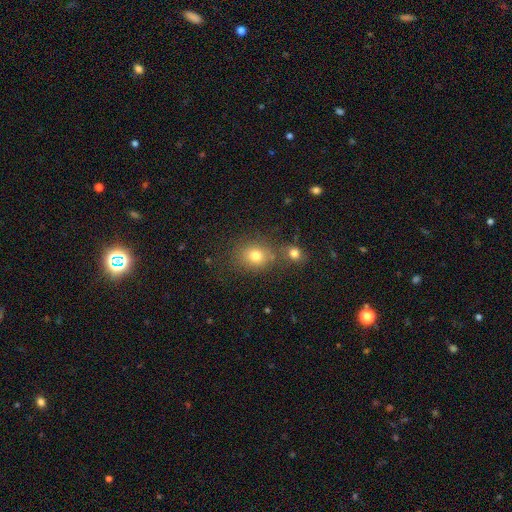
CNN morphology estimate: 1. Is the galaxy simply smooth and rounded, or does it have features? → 76% smooth, 14% star or artifact, 10% featured or disk.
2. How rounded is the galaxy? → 66% round, 33% in between, 1% cigar-shaped.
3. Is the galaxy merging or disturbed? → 64% none, 19% merger, 12% minor disturbance, 5% major disturbance.